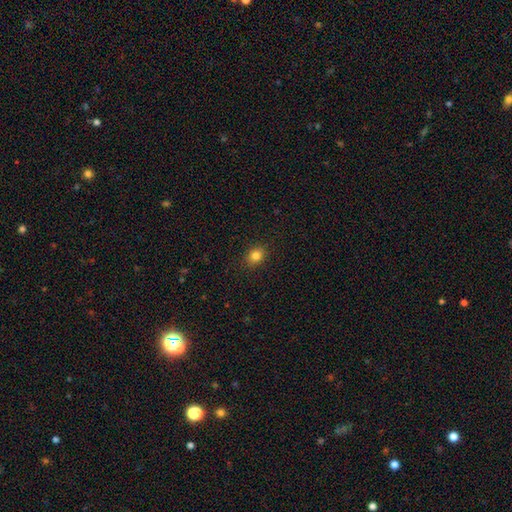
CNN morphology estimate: A smooth galaxy with no disk features (83%) that is round (50%). Merging: none (89%).